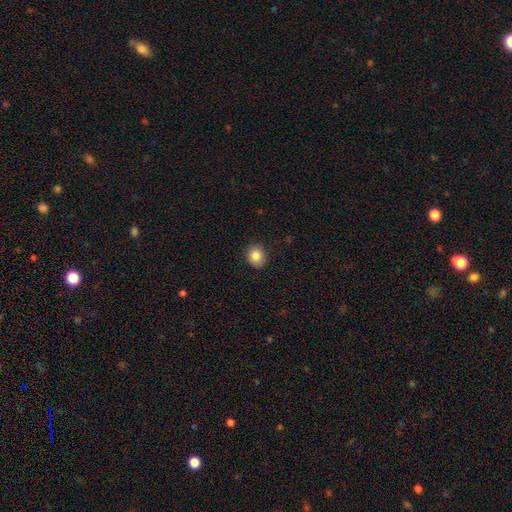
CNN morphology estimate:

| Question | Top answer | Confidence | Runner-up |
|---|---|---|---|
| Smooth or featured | smooth | 86% | star or artifact (9%) |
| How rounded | round | 77% | in between (22%) |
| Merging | none | 89% | minor disturbance (8%) |